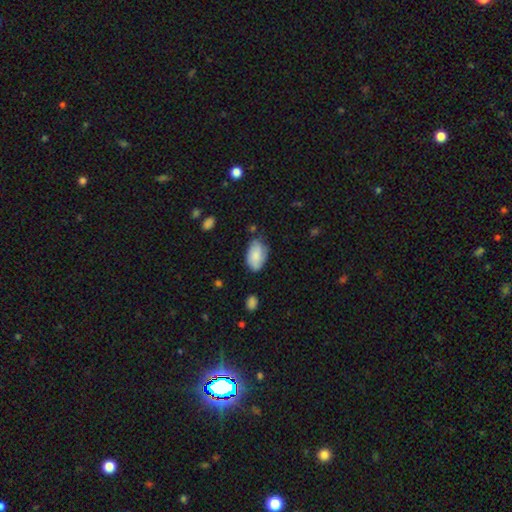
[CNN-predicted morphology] Smooth or featured? smooth (78%)
How rounded? in between (93%)
Merging? none (63%)